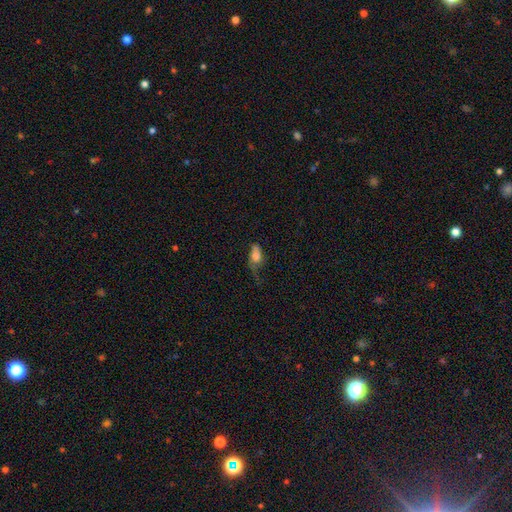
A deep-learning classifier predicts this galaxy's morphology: type=smooth (65%); roundness=in between (83%); merging=major disturbance (42%).